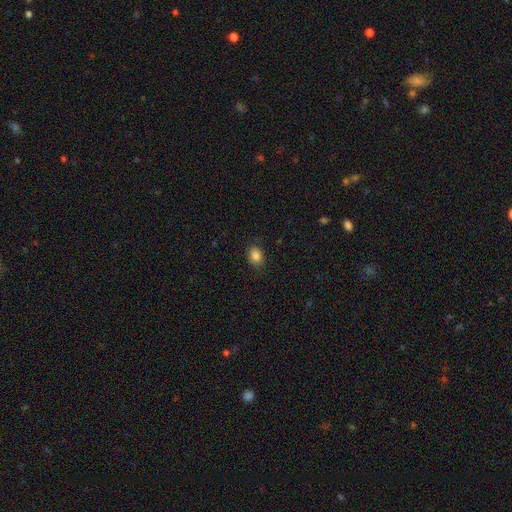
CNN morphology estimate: This is clearly a smooth galaxy (84%). How rounded: possibly in between (58%). Merging: clearly none (84%).